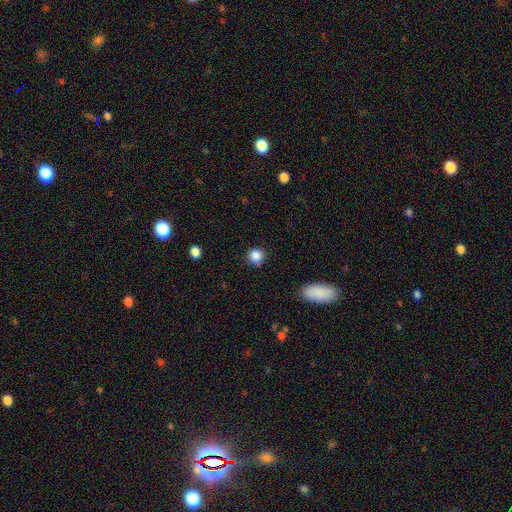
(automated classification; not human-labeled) Smooth or featured?
  - smooth: 86% *
  - star or artifact: 10%
  - featured or disk: 4%
How rounded?
  - round: 89% *
  - in between: 10%
  - cigar-shaped: 1%
Merging?
  - none: 80% *
  - minor disturbance: 15%
  - major disturbance: 3%
  - merger: 2%